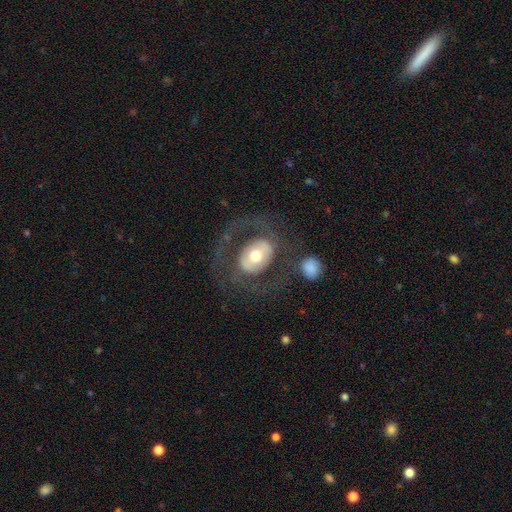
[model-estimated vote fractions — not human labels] A featured or disk galaxy (57%) with no bar (63%), no spiral arms (61%) and a moderate central bulge (68%).

Vote fractions:
- Smooth or featured? featured or disk: 57% / smooth: 37% / star or artifact: 6%
- Edge-on disk? no: 94% / yes: 6%
- Bar? no: 63% / weak: 22% / strong: 15%
- Spiral arms? no: 61% / yes: 39%
- Bulge size? moderate: 68% / large: 19% / small: 10% / dominant: 2% / none: 1%
- Merging? none: 64% / major disturbance: 18% / minor disturbance: 13% / merger: 5%